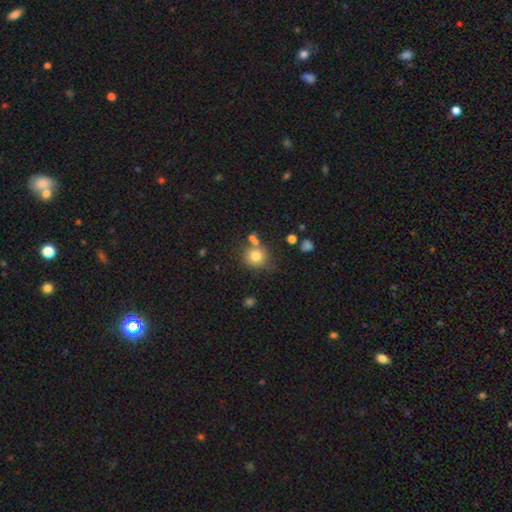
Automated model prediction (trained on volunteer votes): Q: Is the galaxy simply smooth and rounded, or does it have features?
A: smooth — 78%.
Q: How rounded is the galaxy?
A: round — 87%.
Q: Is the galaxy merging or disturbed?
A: none — 66%.